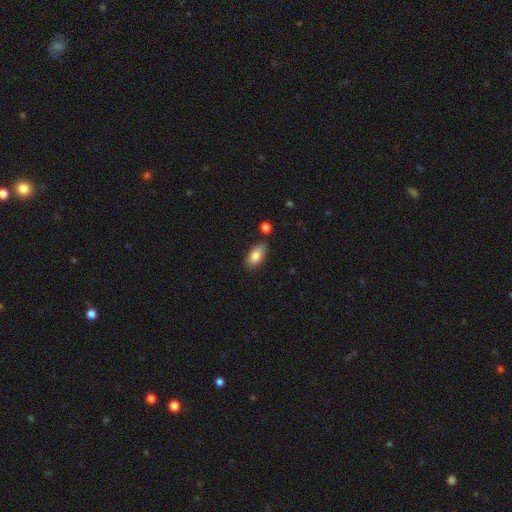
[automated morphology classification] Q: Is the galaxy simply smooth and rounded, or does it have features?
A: smooth — 83%.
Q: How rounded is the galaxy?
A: in between — 88%.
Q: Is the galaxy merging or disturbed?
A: none — 80%.